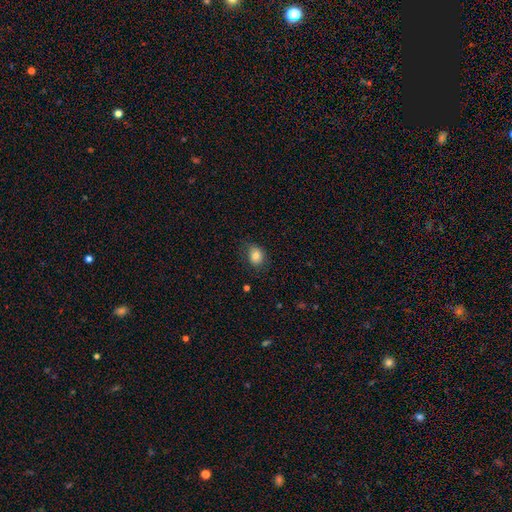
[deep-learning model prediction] Q: Smooth or featured?
A: smooth (80%); runner-up: featured or disk (10%)
Q: How rounded?
A: in between (53%); runner-up: round (46%)
Q: Merging?
A: none (73%); runner-up: minor disturbance (20%)